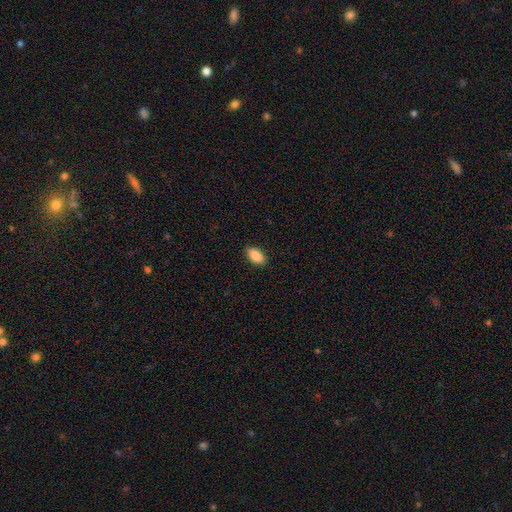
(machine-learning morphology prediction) smooth-or-featured: smooth: 87% | star or artifact: 7% | featured or disk: 6%
  how-rounded: in between: 93% | round: 4% | cigar-shaped: 3%
  merging: none: 89% | minor disturbance: 8% | major disturbance: 2% | merger: 1%